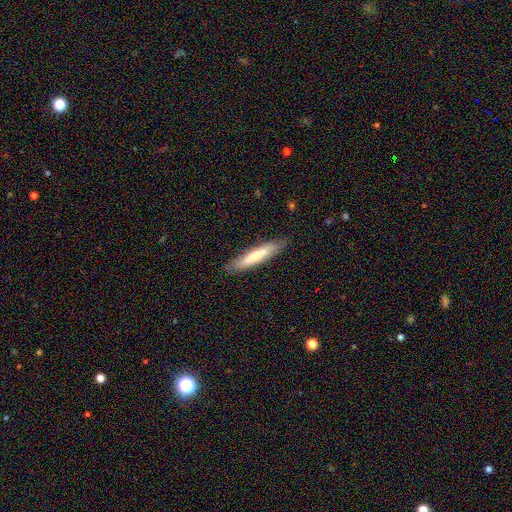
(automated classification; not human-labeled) Overall: smooth (54%; featured or disk 40%). How rounded: cigar-shaped (87%). Merging: none (86%).